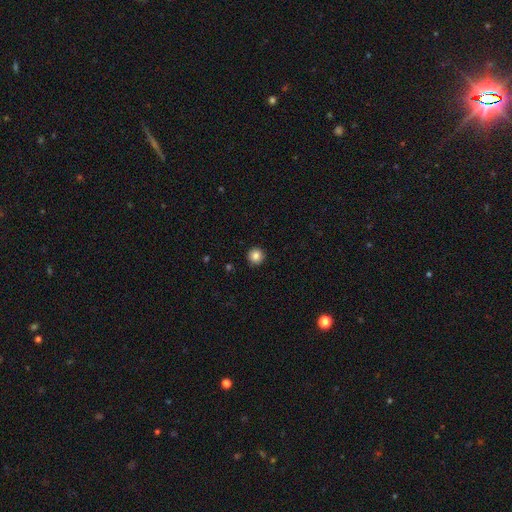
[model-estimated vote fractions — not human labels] The model was most divided on "smooth or featured": smooth: 85%, star or artifact: 10%, featured or disk: 5%. More confident: how rounded — round (96%); merging — none (93%).